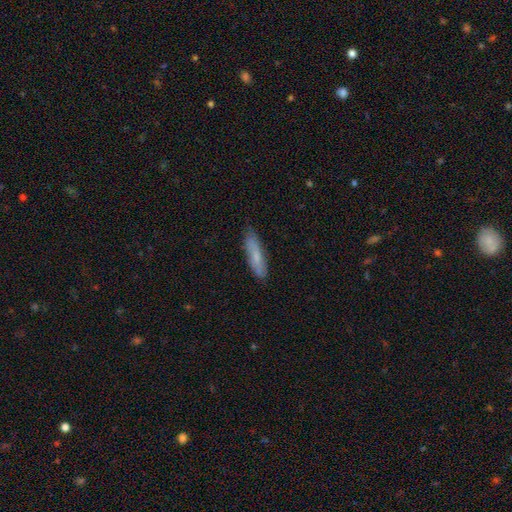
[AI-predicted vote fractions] A smooth galaxy with no disk features (72%) that is cigar-shaped (79%). Merging: none (84%).